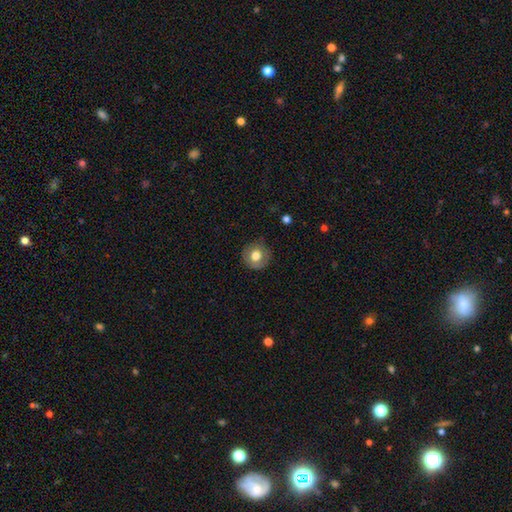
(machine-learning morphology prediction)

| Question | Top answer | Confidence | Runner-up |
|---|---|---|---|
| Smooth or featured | smooth | 71% | featured or disk (21%) |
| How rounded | round | 92% | in between (7%) |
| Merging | none | 83% | minor disturbance (13%) |